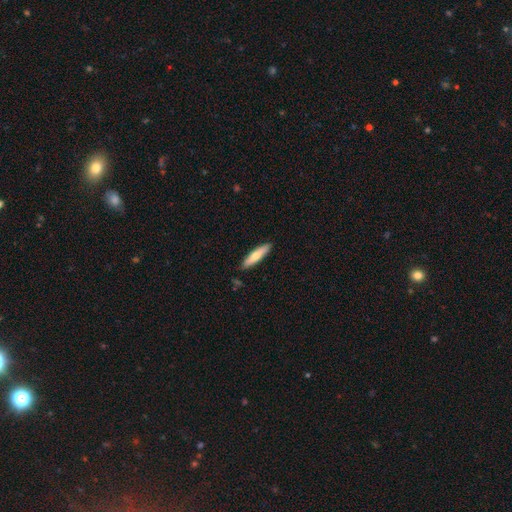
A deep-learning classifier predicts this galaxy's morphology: smooth-or-featured: smooth: 68% | featured or disk: 27% | star or artifact: 5%
  how-rounded: cigar-shaped: 79% | in between: 20% | round: 1%
  merging: none: 88% | minor disturbance: 9% | major disturbance: 2% | merger: 1%